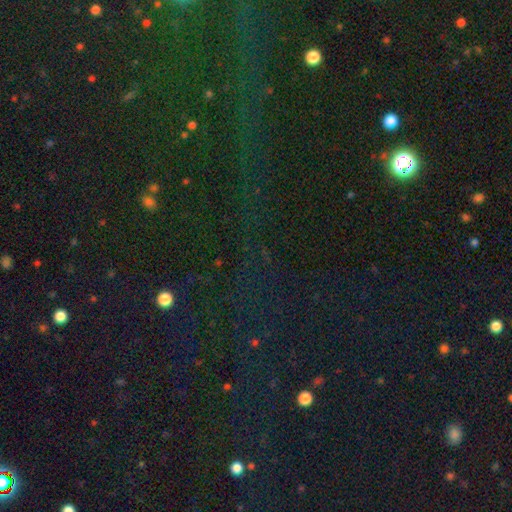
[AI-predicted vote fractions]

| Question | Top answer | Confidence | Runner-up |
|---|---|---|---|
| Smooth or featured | star or artifact | 77% | smooth (15%) |